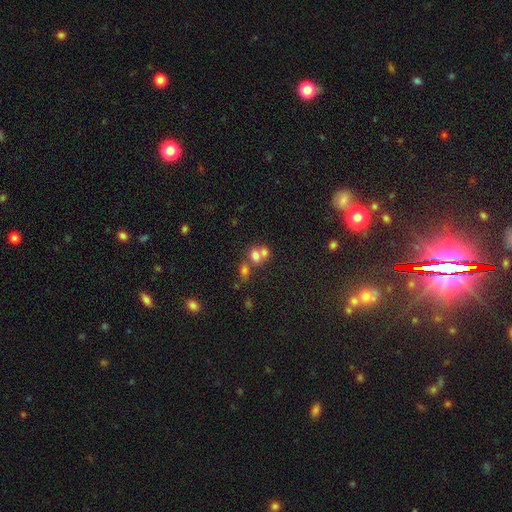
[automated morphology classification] type=smooth (68%); roundness=round (53%); merging=merger (63%).